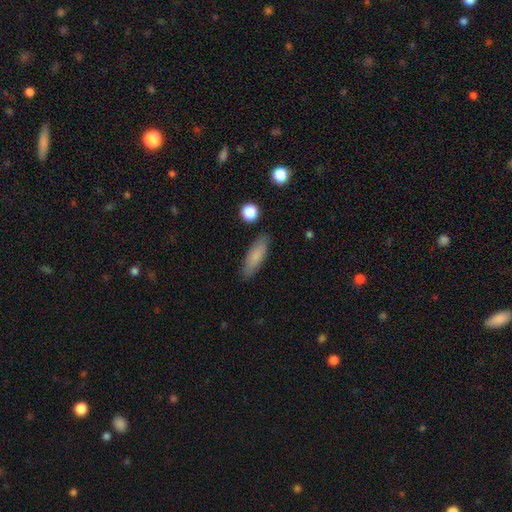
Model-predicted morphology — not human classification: smooth-or-featured: smooth: 80% | featured or disk: 13% | star or artifact: 7%
  how-rounded: in between: 52% | cigar-shaped: 46% | round: 2%
  merging: none: 85% | minor disturbance: 11% | major disturbance: 2% | merger: 2%